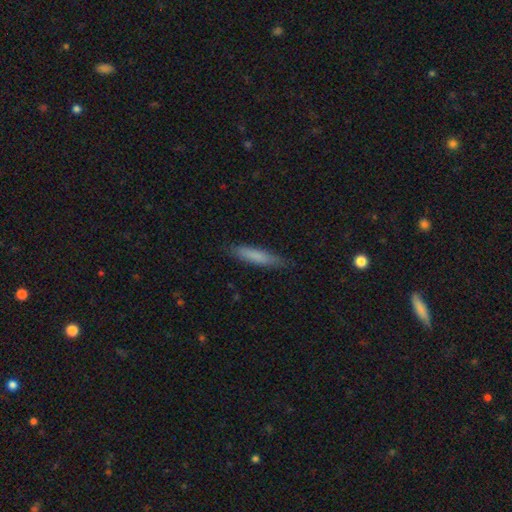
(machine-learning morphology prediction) type=smooth (77%); roundness=cigar-shaped (87%); merging=none (84%).